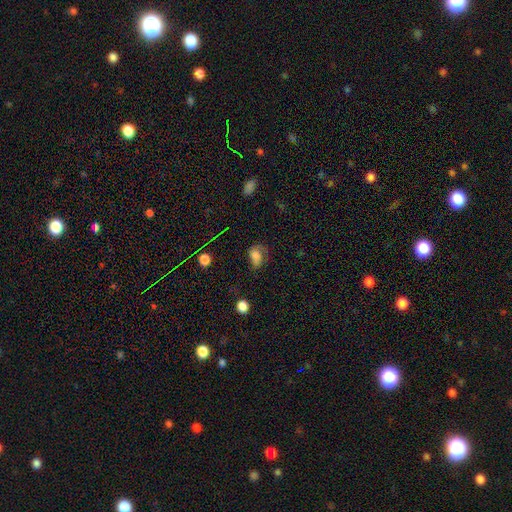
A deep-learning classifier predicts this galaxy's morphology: Smooth or featured?
  - smooth: 67% *
  - featured or disk: 21%
  - star or artifact: 12%
How rounded?
  - in between: 80% *
  - round: 18%
  - cigar-shaped: 2%
Merging?
  - none: 36% *
  - minor disturbance: 31%
  - major disturbance: 30%
  - merger: 3%